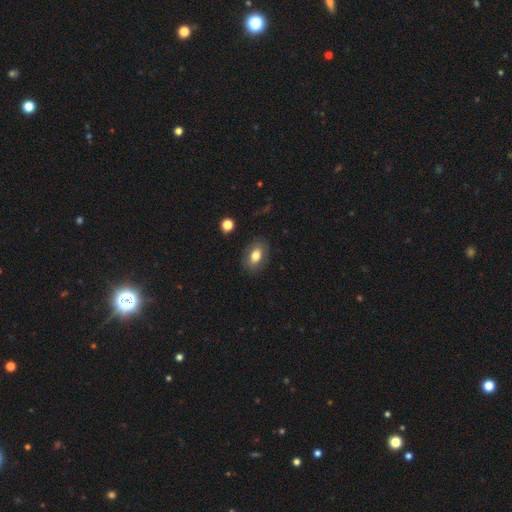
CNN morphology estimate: Q: Smooth or featured?
A: smooth (73%); runner-up: featured or disk (19%)
Q: How rounded?
A: in between (84%); runner-up: round (14%)
Q: Merging?
A: none (84%); runner-up: minor disturbance (11%)